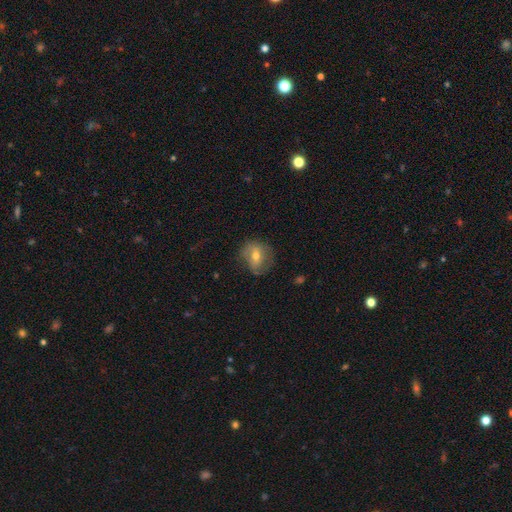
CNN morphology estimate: smooth-or-featured: smooth: 52% | featured or disk: 40% | star or artifact: 9%
  how-rounded: round: 58% | in between: 41% | cigar-shaped: 1%
  merging: none: 59% | minor disturbance: 26% | major disturbance: 13% | merger: 2%